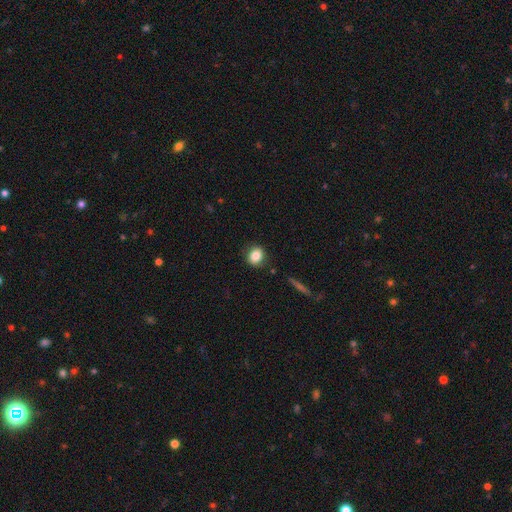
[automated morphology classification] Smooth or featured?
  - smooth: 82% *
  - star or artifact: 9%
  - featured or disk: 8%
How rounded?
  - round: 62% *
  - in between: 36%
  - cigar-shaped: 2%
Merging?
  - none: 85% *
  - minor disturbance: 10%
  - major disturbance: 3%
  - merger: 2%